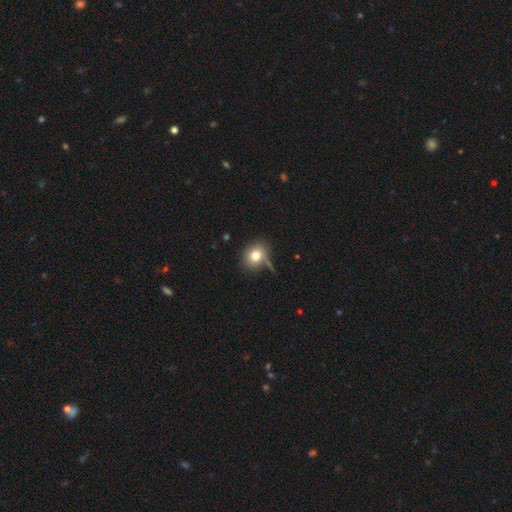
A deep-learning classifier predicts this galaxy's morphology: This is likely a smooth galaxy (78%). How rounded: likely round (61%). Merging: likely none (70%).